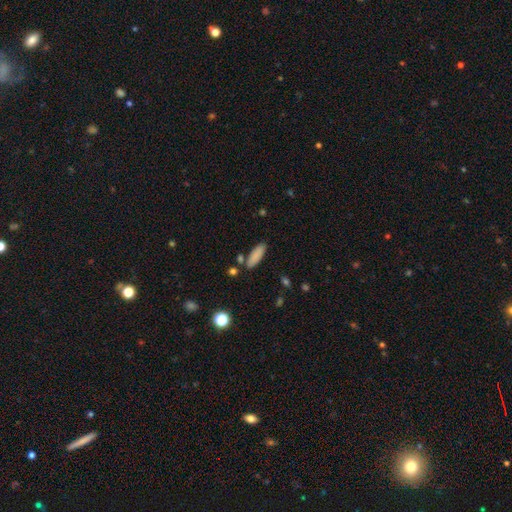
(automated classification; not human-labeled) This appears to be a smooth galaxy with no disk features (86%) that is in between round and cigar-shaped (58%). Merging: none (80%).